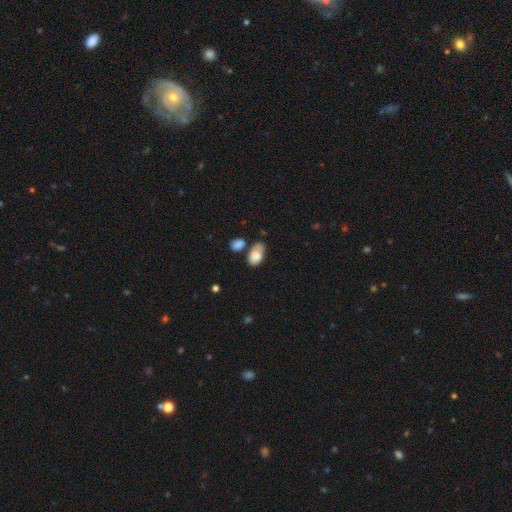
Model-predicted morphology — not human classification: A smooth galaxy with no disk features (82%) that is in between round and cigar-shaped (88%). Merging: none (37%).